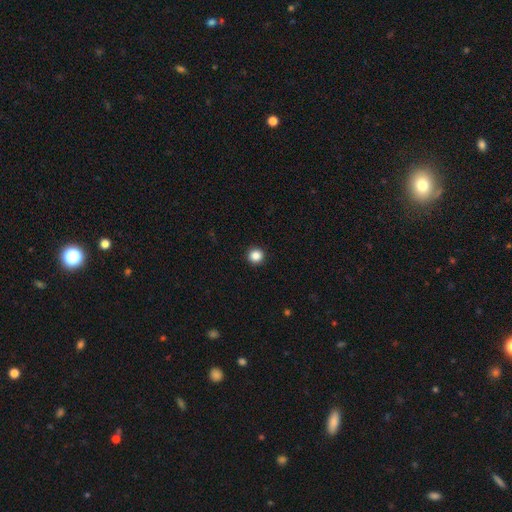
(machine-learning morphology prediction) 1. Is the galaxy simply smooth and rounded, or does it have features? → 87% smooth, 11% star or artifact, 3% featured or disk.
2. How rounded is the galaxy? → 95% round, 4% in between, 1% cigar-shaped.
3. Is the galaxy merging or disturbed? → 93% none, 4% minor disturbance, 2% major disturbance, 1% merger.